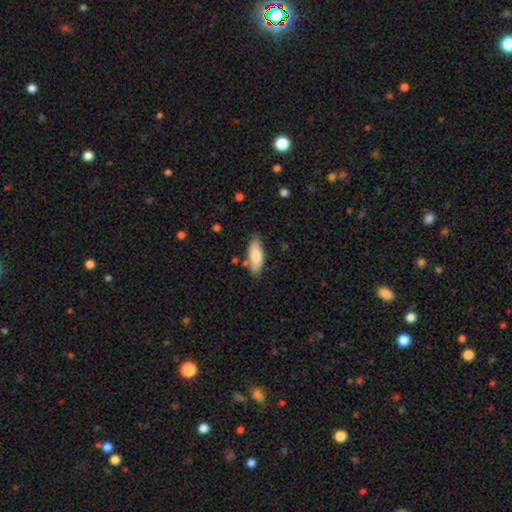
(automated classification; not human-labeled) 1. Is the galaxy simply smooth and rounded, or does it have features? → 78% smooth, 17% featured or disk, 6% star or artifact.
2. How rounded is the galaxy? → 65% in between, 33% cigar-shaped, 2% round.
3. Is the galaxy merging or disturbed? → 79% none, 14% minor disturbance, 3% merger, 3% major disturbance.